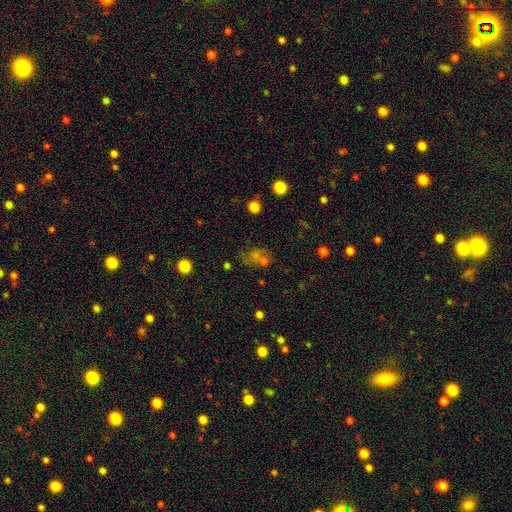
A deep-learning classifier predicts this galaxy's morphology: smooth_or_featured: smooth (p=0.43) [alt: star or artifact p=0.38]
merging: none (p=0.51) [alt: merger p=0.17]